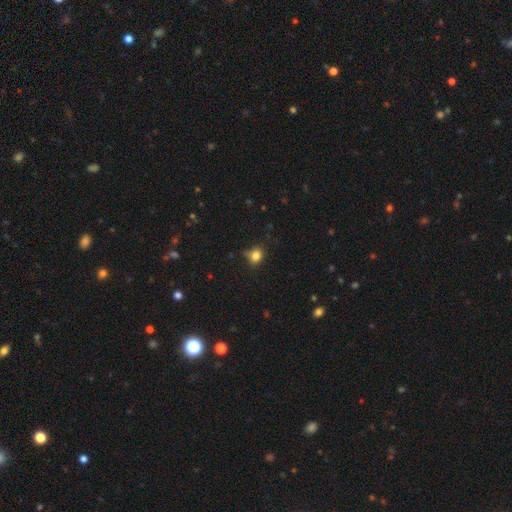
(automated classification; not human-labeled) The model was most divided on "how rounded": round: 67%, in between: 32%, cigar-shaped: 1%. More confident: smooth or featured — smooth (82%); merging — none (67%).